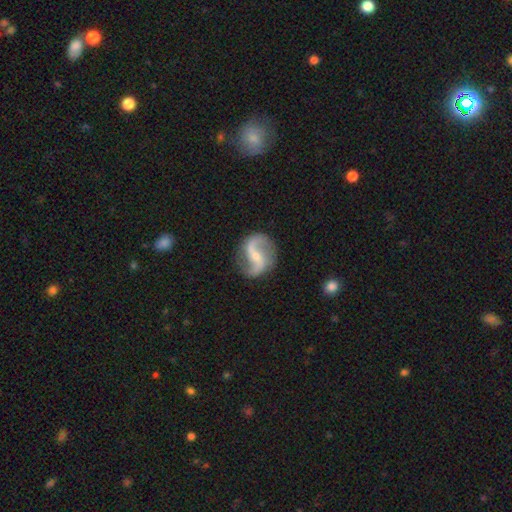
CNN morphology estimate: smooth-or-featured: featured or disk: 89% | smooth: 6% | star or artifact: 4%
  disk-edge-on: no: 98% | yes: 2%
    bar: weak: 39% | no: 33% | strong: 28%
    has-spiral-arms: yes: 97% | no: 3%
      spiral-winding: loose: 65% | medium: 28% | tight: 7%
      spiral-arm-count: 2: 94% | 1: 2% | can't tell: 2% | 3: 1% | 4: 1% | more than 4: 1%
    bulge-size: small: 65% | moderate: 29% | none: 4% | large: 1% | dominant: 1%
  merging: none: 82% | minor disturbance: 12% | major disturbance: 4% | merger: 1%